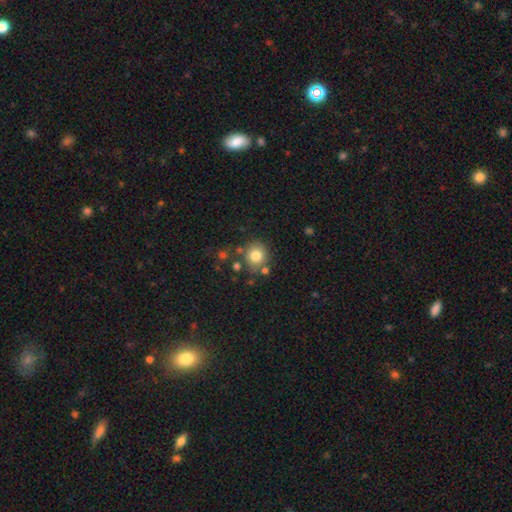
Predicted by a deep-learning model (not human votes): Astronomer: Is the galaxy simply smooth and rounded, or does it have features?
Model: smooth — 79%.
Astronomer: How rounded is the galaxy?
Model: round — 87%.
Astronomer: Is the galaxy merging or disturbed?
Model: none — 75%.